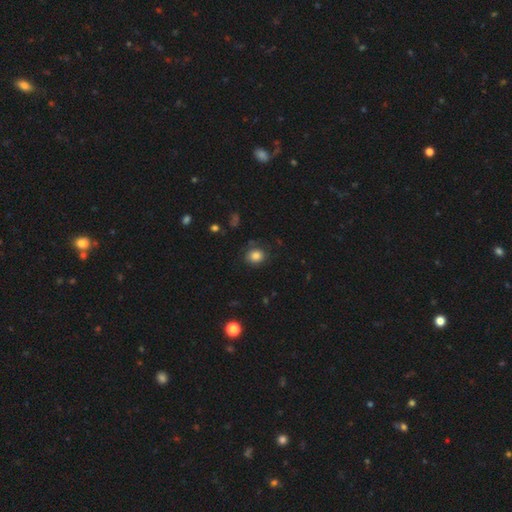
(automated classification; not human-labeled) Q: Smooth or featured?
A: smooth (83%); runner-up: star or artifact (11%)
Q: How rounded?
A: round (74%); runner-up: in between (25%)
Q: Merging?
A: none (80%); runner-up: minor disturbance (14%)